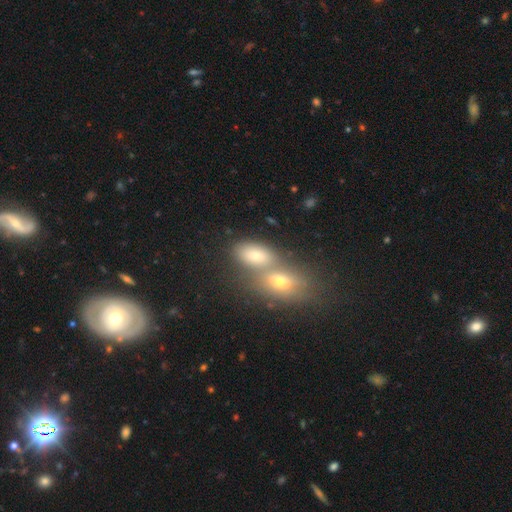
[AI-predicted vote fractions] The model was most divided on "merging": merger: 46%, none: 40%, minor disturbance: 9%, major disturbance: 4%. More confident: how rounded — in between (86%); smooth or featured — smooth (72%).